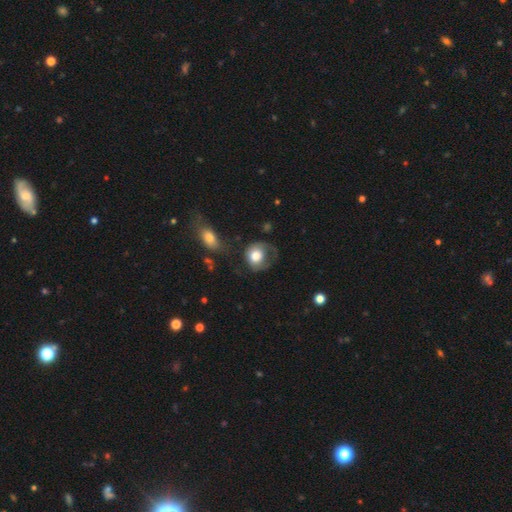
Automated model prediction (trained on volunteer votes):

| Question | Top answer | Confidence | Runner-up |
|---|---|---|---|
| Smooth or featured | smooth | 67% | featured or disk (26%) |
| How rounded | round | 71% | in between (28%) |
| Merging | major disturbance | 35% | none (34%) |